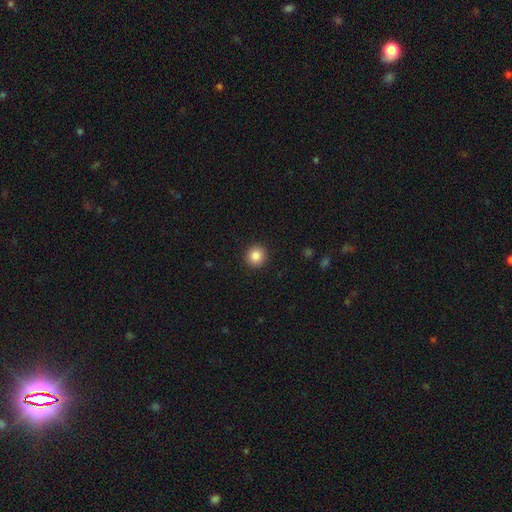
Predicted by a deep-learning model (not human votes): A smooth galaxy with no disk features (85%) that is round (93%). Merging: none (92%).